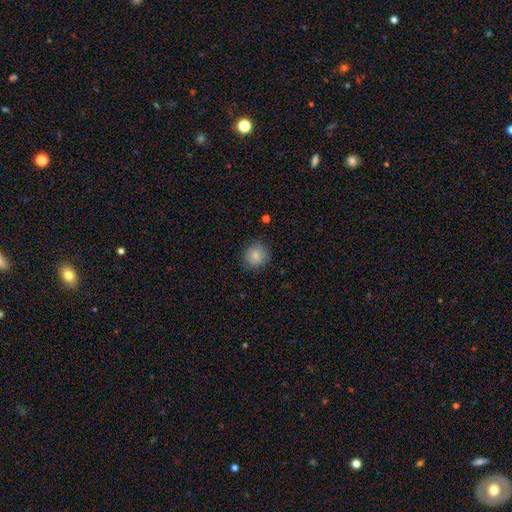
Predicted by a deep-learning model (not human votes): Morphology: type=smooth (84%); roundness=round (85%); merging=none (85%).